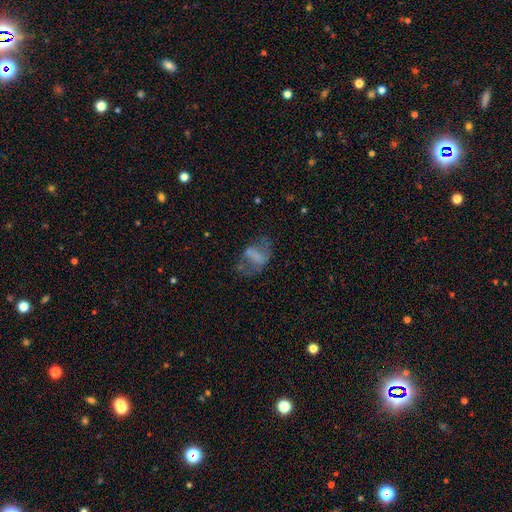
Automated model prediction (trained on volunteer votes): Smooth or featured? Predicted: featured or disk (p=0.49). Merging? Predicted: none (p=0.40).